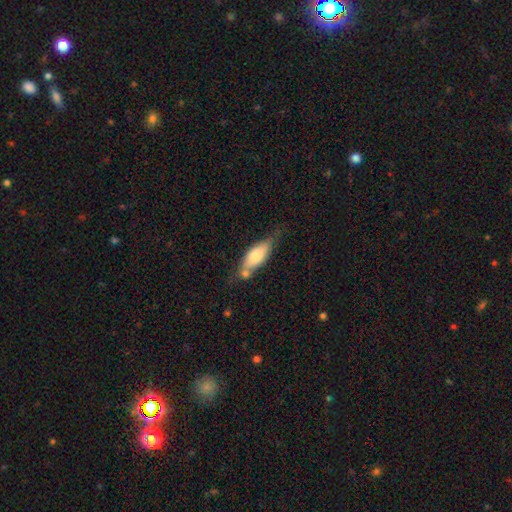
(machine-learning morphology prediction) smooth 70%, featured or disk 23%, star or artifact 6%. Down the decision tree: how rounded — in between (71%); merging — none (46%).